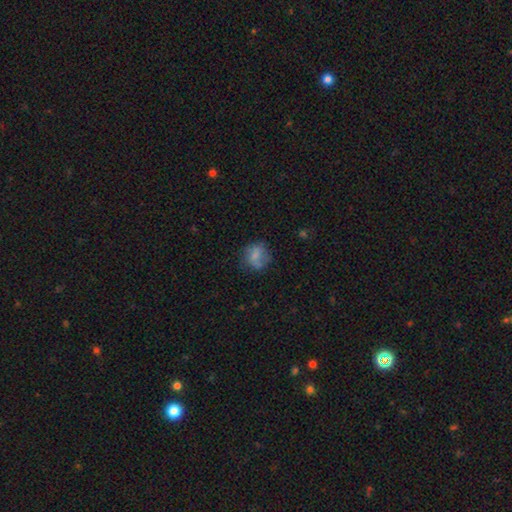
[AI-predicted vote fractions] The model was most divided on "merging": none: 57%, minor disturbance: 25%, major disturbance: 13%, merger: 4%. More confident: how rounded — round (71%); smooth or featured — smooth (67%).